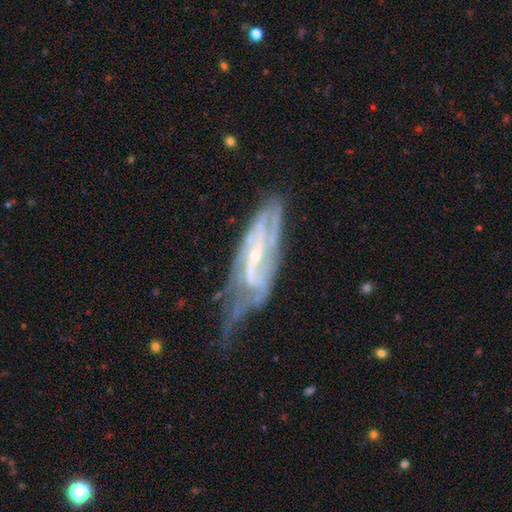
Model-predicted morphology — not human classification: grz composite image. It shows a featured or disk galaxy (82%) with a weak bar (38%), 2 (39%) tight (40%) spiral arms (87%) and a small central bulge (73%). Merging: none (36%).